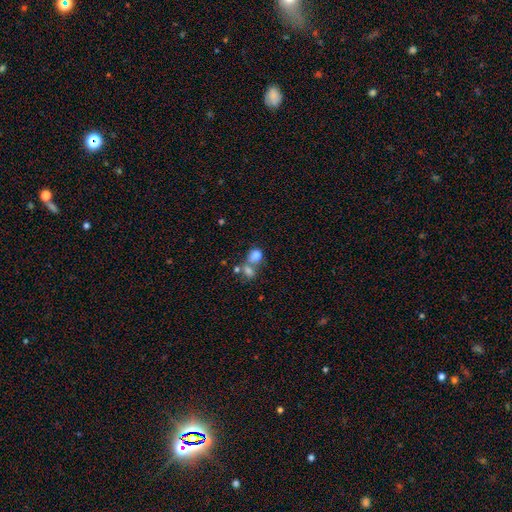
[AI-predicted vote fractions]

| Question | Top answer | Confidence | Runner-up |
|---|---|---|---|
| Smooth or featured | smooth | 77% | star or artifact (12%) |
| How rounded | round | 59% | in between (40%) |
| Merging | merger | 55% | none (30%) |